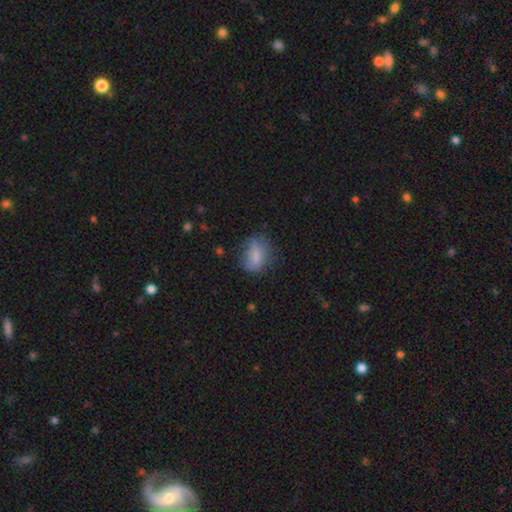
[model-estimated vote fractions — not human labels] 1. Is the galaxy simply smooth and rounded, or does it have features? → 73% smooth, 17% featured or disk, 9% star or artifact.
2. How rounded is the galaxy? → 74% in between, 21% round, 4% cigar-shaped.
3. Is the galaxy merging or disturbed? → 58% none, 27% minor disturbance, 13% major disturbance, 2% merger.